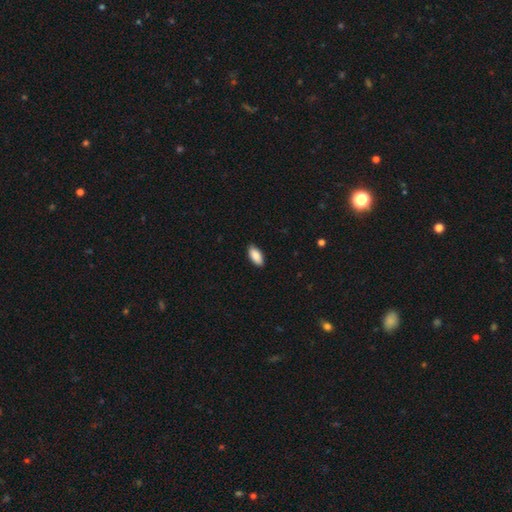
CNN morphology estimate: A smooth galaxy with no disk features (89%) that is in between round and cigar-shaped (91%).

Vote fractions:
- Smooth or featured? smooth: 89% / star or artifact: 6% / featured or disk: 5%
- How rounded? in between: 91% / cigar-shaped: 7% / round: 2%
- Merging? none: 89% / minor disturbance: 9% / major disturbance: 2% / merger: 1%